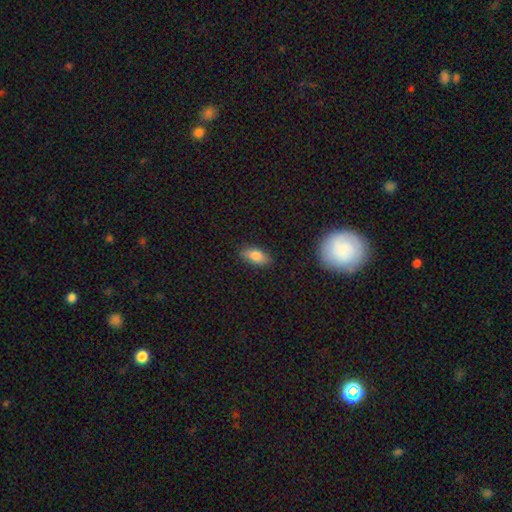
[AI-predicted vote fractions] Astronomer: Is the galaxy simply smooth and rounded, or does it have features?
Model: smooth — 81%.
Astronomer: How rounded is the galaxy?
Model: in between — 87%.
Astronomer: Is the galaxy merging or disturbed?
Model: none — 84%.